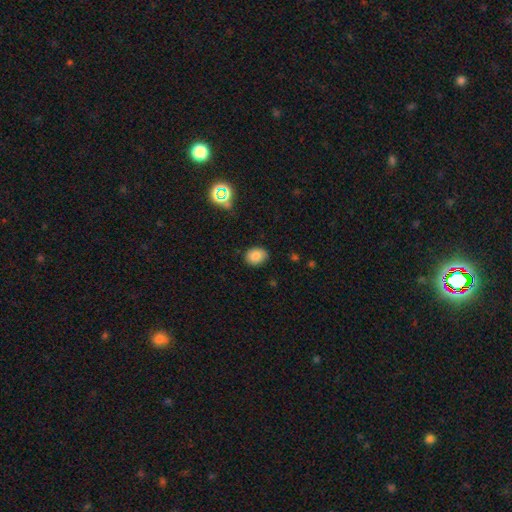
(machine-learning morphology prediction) The model was most divided on "how rounded": in between: 56%, round: 43%, cigar-shaped: 1%. More confident: smooth or featured — smooth (82%); merging — none (80%).